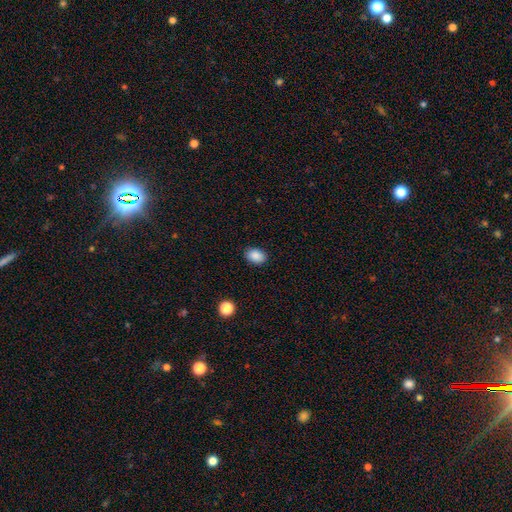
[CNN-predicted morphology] smooth-or-featured: smooth: 88% | star or artifact: 9% | featured or disk: 3%
  how-rounded: in between: 80% | round: 19% | cigar-shaped: 1%
  merging: none: 87% | minor disturbance: 10% | major disturbance: 2% | merger: 1%